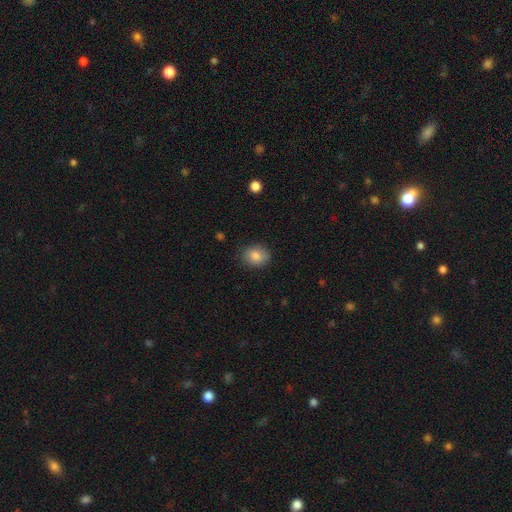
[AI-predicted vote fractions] Overall: smooth (84%). How rounded: round (58%; in between 41%). Merging: none (84%).